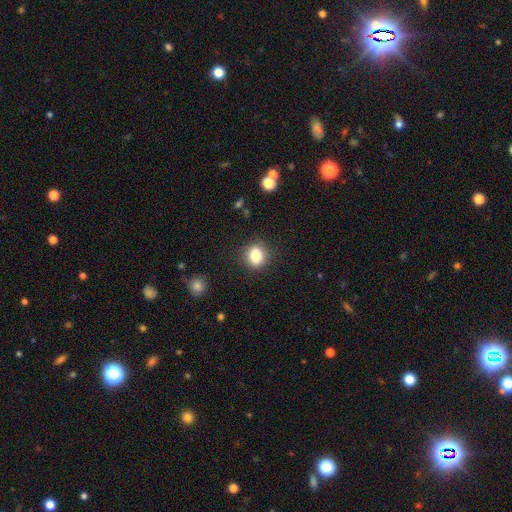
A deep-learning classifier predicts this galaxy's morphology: A smooth galaxy with no disk features (83%) that is round (59%). Merging: none (85%).